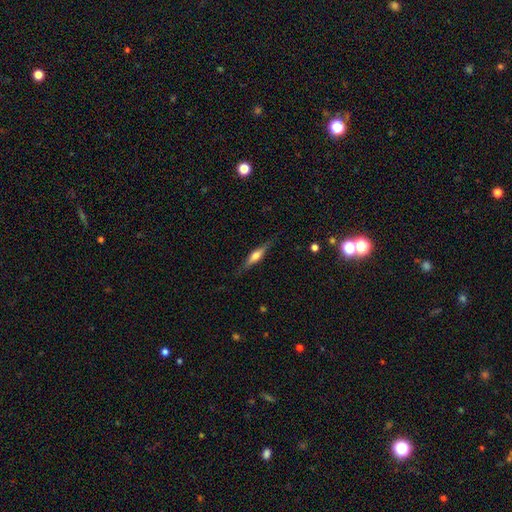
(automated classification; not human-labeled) Smooth or featured?
  - featured or disk: 59% *
  - smooth: 35%
  - star or artifact: 6%
Edge-on disk?
  - yes: 96% *
  - no: 4%
Edge-on bulge?
  - rounded: 85% *
  - boxy: 10%
  - none: 5%
Merging?
  - none: 84% *
  - minor disturbance: 12%
  - major disturbance: 3%
  - merger: 1%